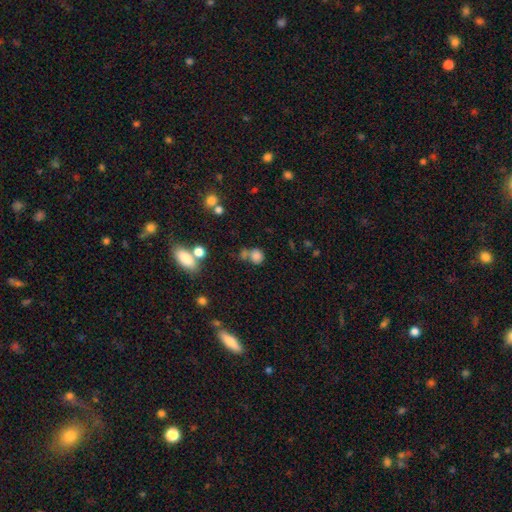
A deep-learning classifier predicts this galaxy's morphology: type=smooth (77%); roundness=round (77%); merging=none (51%).